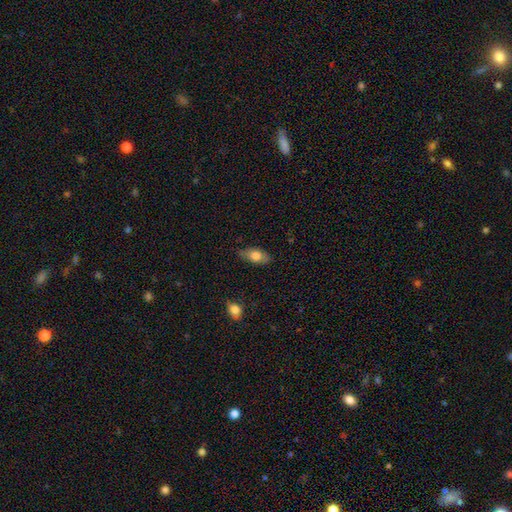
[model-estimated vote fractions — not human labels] A smooth galaxy with no disk features (74%) that is in between round and cigar-shaped (88%). Merging: none (80%).